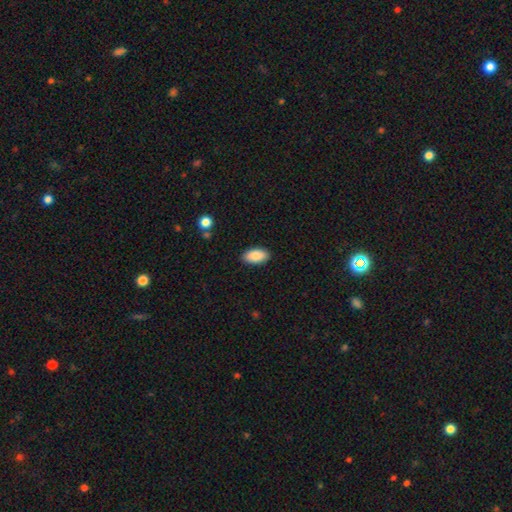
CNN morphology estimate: smooth 88%, star or artifact 7%, featured or disk 5%. Down the decision tree: how rounded — in between (94%); merging — none (89%).